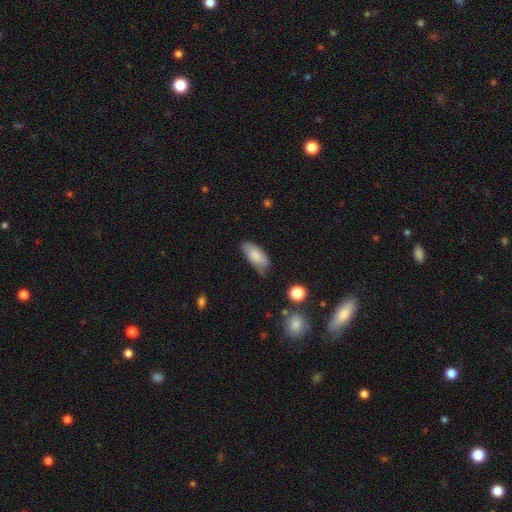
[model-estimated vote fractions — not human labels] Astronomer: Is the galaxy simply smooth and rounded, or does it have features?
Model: smooth — 79%.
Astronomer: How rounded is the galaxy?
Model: in between — 87%.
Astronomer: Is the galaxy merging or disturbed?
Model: none — 63%.